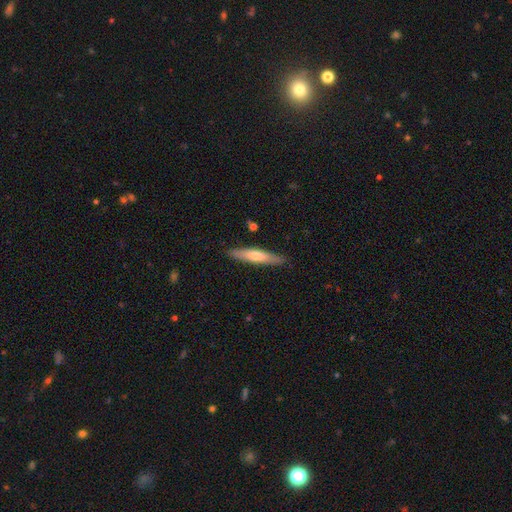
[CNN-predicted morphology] smooth-or-featured: smooth: 57% | featured or disk: 38% | star or artifact: 5%
  how-rounded: cigar-shaped: 87% | in between: 11% | round: 1%
  merging: none: 88% | minor disturbance: 9% | major disturbance: 2% | merger: 1%